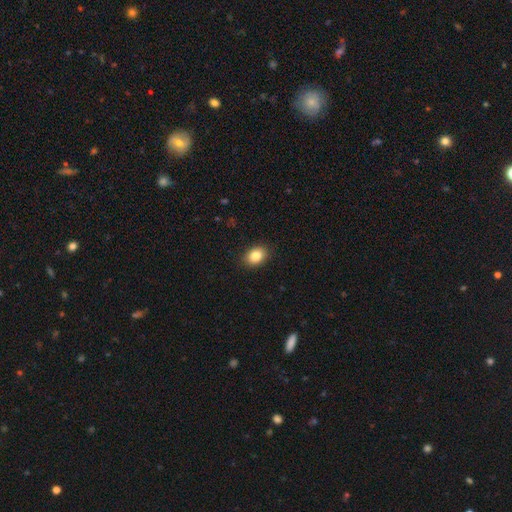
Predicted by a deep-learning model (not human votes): A smooth galaxy with no disk features (85%) that is in between round and cigar-shaped (71%). Merging: none (89%).